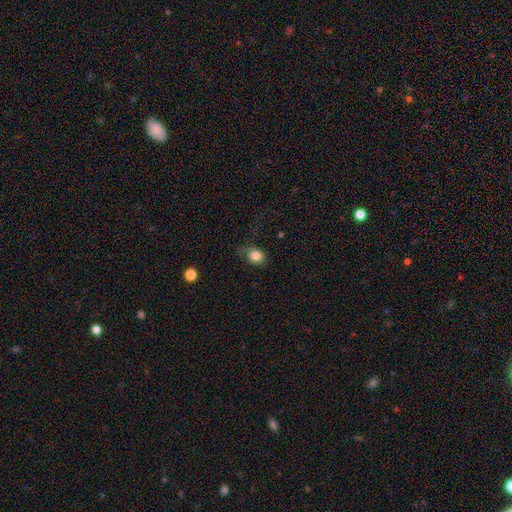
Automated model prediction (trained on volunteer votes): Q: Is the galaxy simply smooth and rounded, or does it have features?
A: smooth — 80%.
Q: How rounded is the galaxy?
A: round — 52%.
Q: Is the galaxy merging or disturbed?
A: none — 53%.